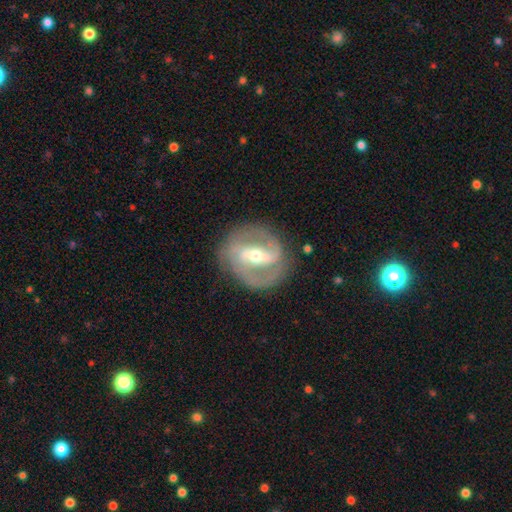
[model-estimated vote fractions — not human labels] This appears to be a featured or disk galaxy (86%) with a strong bar (54%), 2 (83%) medium (48%) spiral arms (91%) and a moderate central bulge (54%). Merging: none (79%).